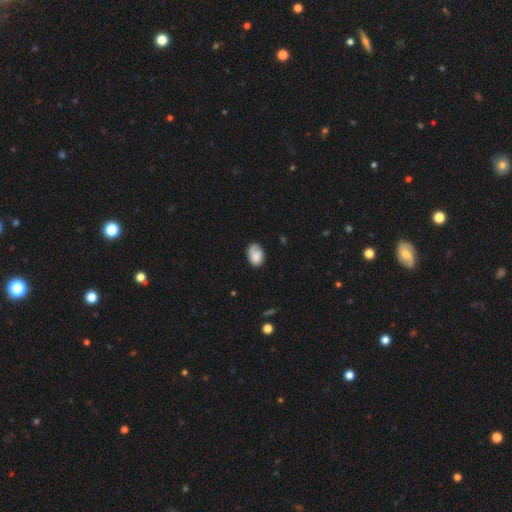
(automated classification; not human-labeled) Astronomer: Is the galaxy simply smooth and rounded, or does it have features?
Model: smooth — 78%.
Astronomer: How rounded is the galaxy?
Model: in between — 83%.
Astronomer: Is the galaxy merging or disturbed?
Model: none — 59%.